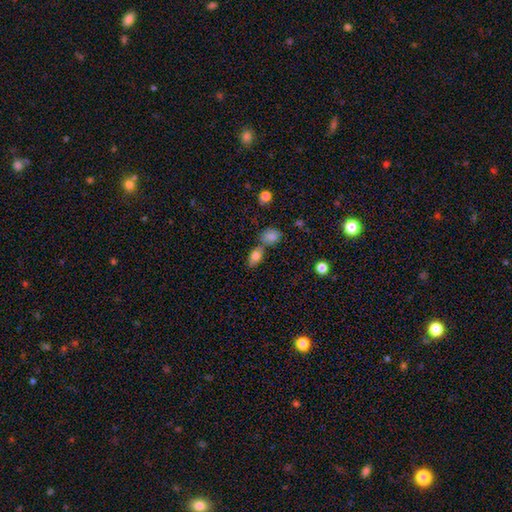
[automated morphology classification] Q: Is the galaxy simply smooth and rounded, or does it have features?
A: smooth — 80%.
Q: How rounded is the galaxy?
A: in between — 83%.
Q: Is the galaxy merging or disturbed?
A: none — 53%.